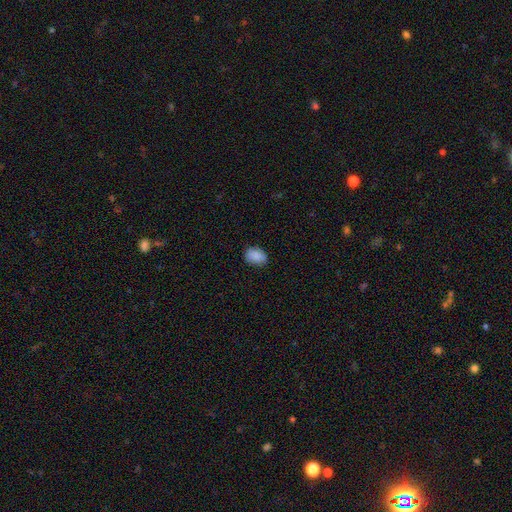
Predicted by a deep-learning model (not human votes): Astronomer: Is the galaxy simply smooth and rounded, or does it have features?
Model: smooth — 88%.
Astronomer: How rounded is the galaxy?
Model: in between — 77%.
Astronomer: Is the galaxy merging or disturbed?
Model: none — 80%.